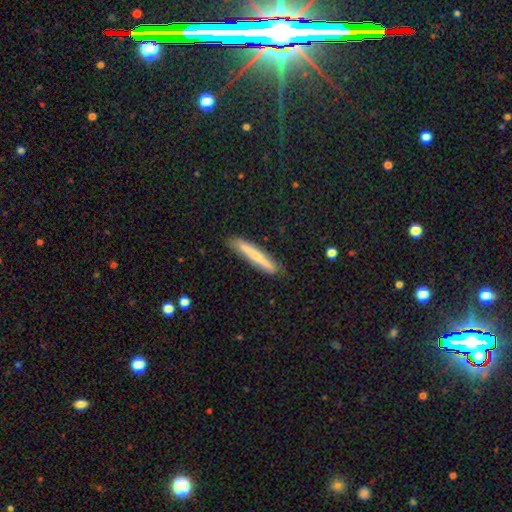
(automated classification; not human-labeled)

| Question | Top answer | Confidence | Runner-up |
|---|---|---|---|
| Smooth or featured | smooth | 62% | featured or disk (31%) |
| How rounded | cigar-shaped | 94% | in between (5%) |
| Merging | none | 84% | minor disturbance (13%) |